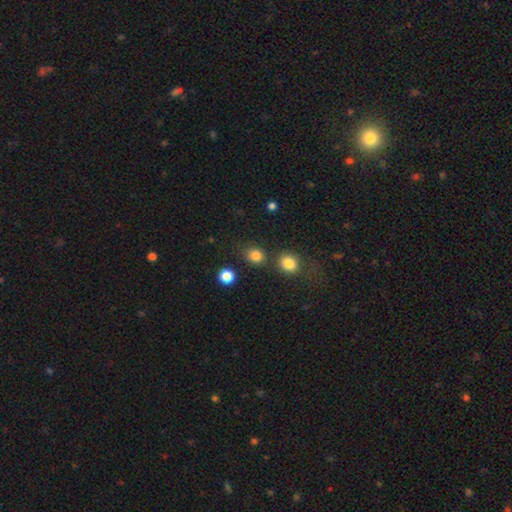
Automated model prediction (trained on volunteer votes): smooth 83%, star or artifact 13%, featured or disk 5%. Down the decision tree: how rounded — round (71%); merging — none (74%).